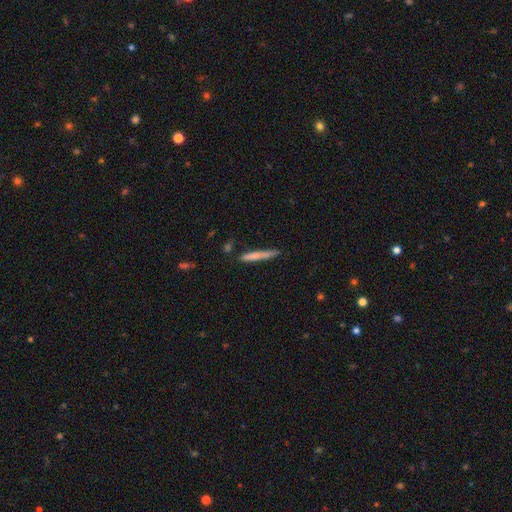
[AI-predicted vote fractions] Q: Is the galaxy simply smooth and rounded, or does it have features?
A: smooth — 72%.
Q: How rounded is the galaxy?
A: cigar-shaped — 96%.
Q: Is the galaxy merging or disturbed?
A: none — 80%.